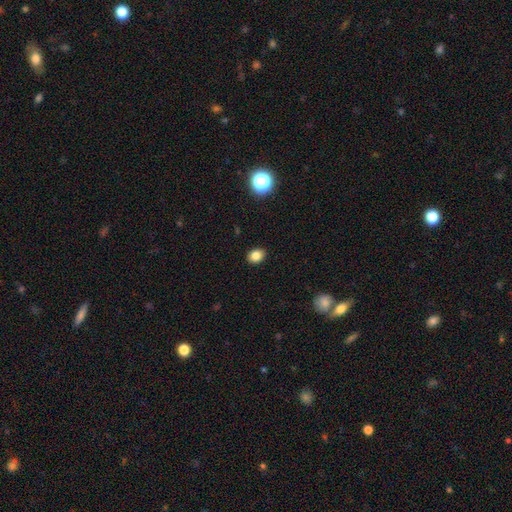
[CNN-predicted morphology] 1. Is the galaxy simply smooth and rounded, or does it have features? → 83% smooth, 12% star or artifact, 6% featured or disk.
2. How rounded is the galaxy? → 54% in between, 45% round, 1% cigar-shaped.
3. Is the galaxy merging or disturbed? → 90% none, 7% minor disturbance, 2% major disturbance, 1% merger.